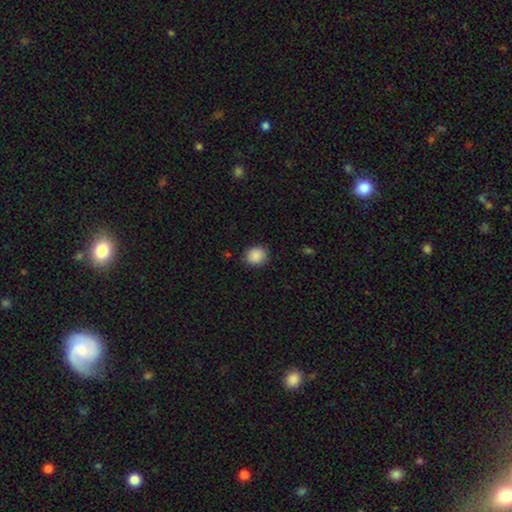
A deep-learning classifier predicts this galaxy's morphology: This appears to be a smooth galaxy with no disk features (88%) that is round (73%). Merging: none (87%).